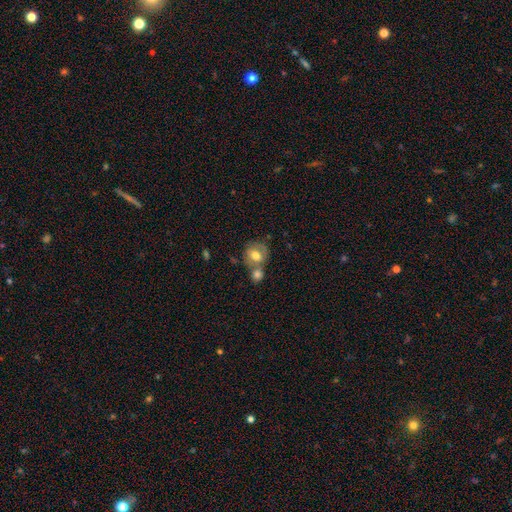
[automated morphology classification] This is likely a smooth galaxy (66%). How rounded: likely round (68%). Merging: marginally merger (44%).